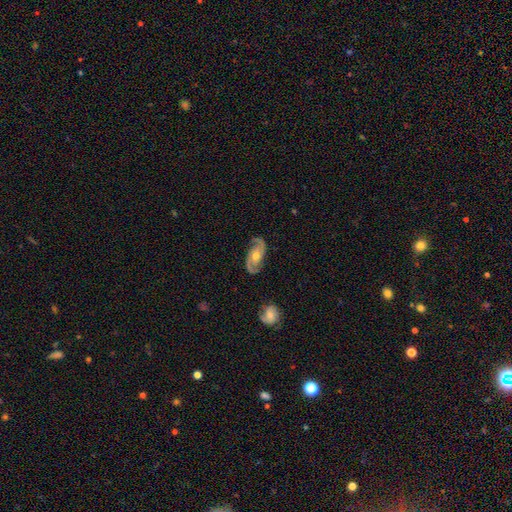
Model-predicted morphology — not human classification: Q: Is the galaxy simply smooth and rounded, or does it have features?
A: featured or disk — 88%.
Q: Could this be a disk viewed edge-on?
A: no — 96%.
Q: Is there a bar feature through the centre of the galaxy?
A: no — 64%.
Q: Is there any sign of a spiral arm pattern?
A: yes — 97%.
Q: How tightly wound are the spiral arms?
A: medium — 52%.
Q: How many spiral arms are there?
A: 2 — 93%.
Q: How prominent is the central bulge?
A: moderate — 71%.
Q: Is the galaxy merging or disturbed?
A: none — 82%.